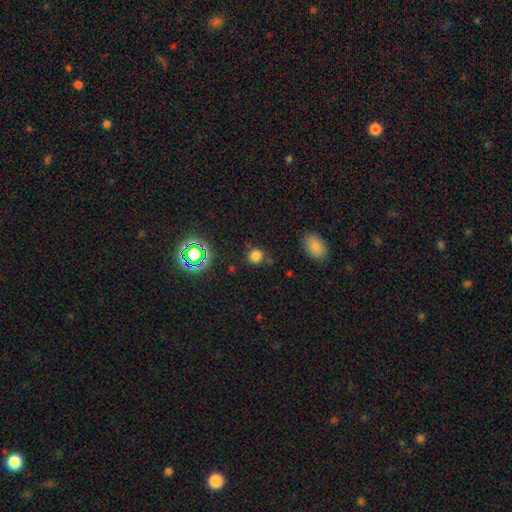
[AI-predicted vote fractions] Overall: smooth (74%). How rounded: round (89%). Merging: none (78%).